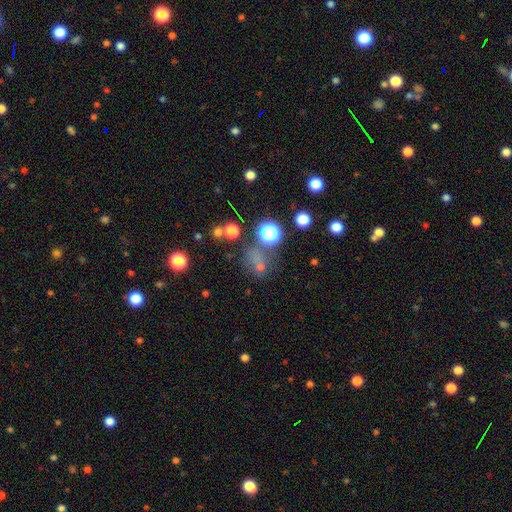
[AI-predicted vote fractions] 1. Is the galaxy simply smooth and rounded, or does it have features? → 56% smooth, 33% star or artifact, 11% featured or disk.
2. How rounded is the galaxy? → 71% round, 28% in between, 2% cigar-shaped.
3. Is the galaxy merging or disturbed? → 56% none, 16% merger, 16% minor disturbance, 12% major disturbance.